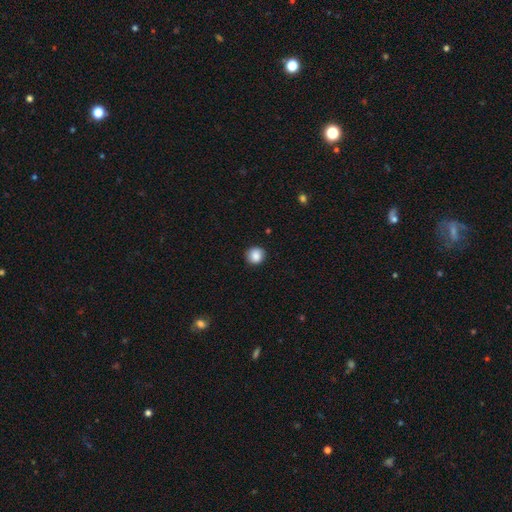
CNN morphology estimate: smooth 87%, star or artifact 9%, featured or disk 4%. Down the decision tree: how rounded — round (91%); merging — none (89%).